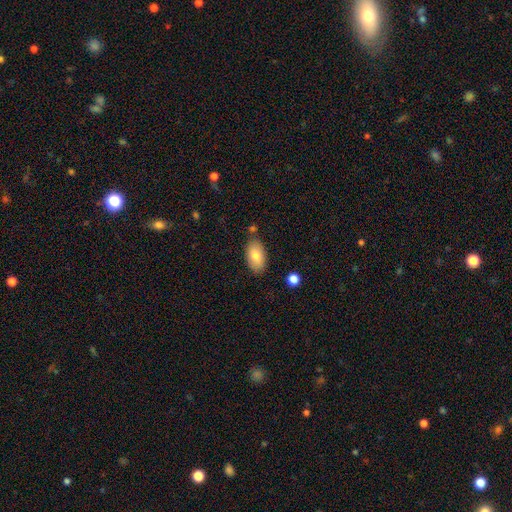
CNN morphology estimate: smooth 80%, featured or disk 13%, star or artifact 7%. Down the decision tree: how rounded — in between (94%); merging — none (79%).